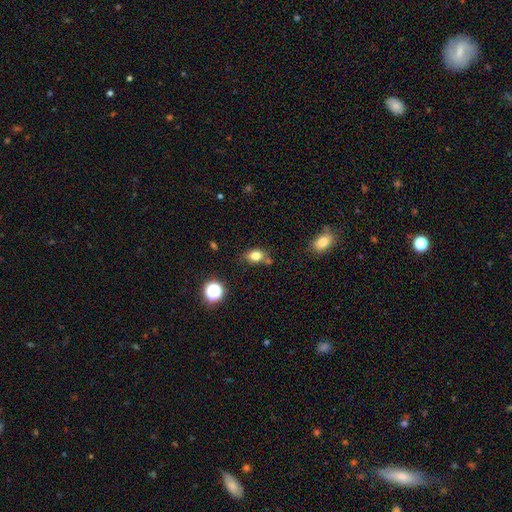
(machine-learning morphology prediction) smooth-or-featured: smooth: 79% | star or artifact: 13% | featured or disk: 9%
  how-rounded: in between: 68% | round: 30% | cigar-shaped: 2%
  merging: none: 70% | minor disturbance: 17% | merger: 9% | major disturbance: 4%